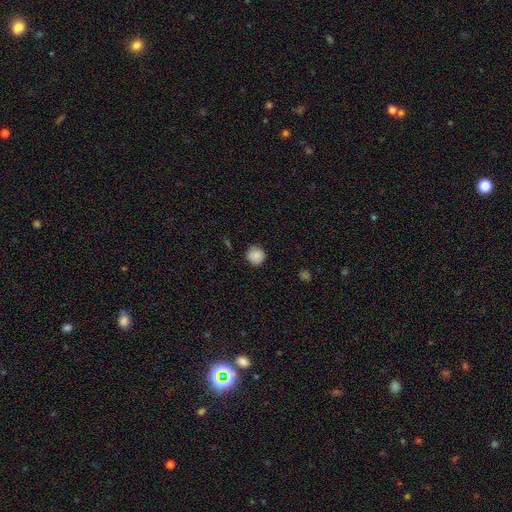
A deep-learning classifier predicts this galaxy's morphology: Smooth or featured: smooth — 86% (star or artifact — 8%)
How rounded: round — 93% (in between — 6%)
Merging: none — 88% (minor disturbance — 9%)